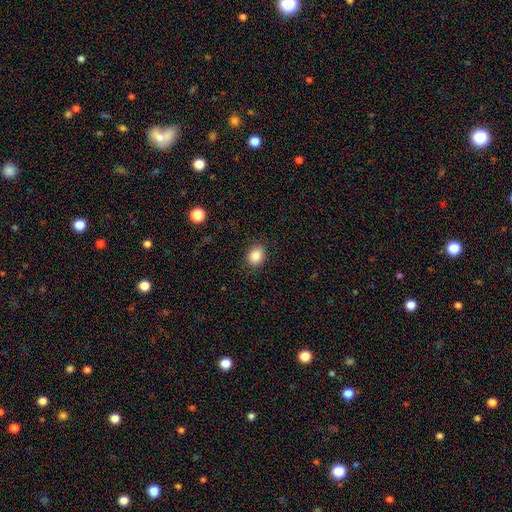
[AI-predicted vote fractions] Smooth or featured: smooth — 86% (star or artifact — 9%)
How rounded: in between — 50% (round — 49%)
Merging: none — 86% (minor disturbance — 10%)